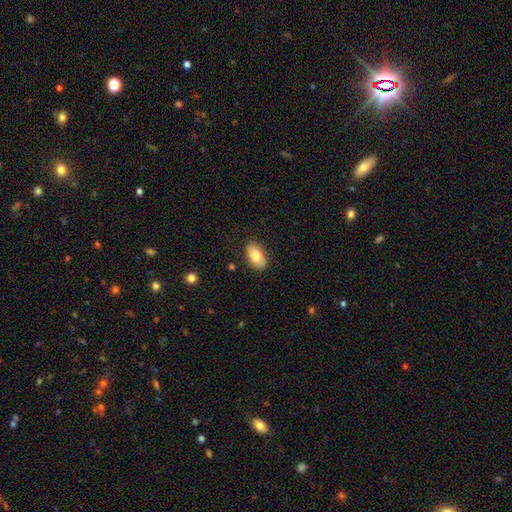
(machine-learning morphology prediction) Smooth or featured: smooth — 80% (featured or disk — 14%)
How rounded: in between — 93% (round — 5%)
Merging: none — 85% (minor disturbance — 11%)